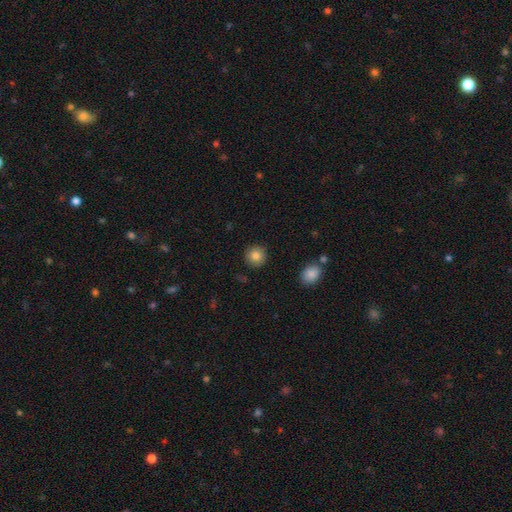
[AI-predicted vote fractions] Q: Smooth or featured?
A: smooth (84%); runner-up: star or artifact (9%)
Q: How rounded?
A: round (93%); runner-up: in between (6%)
Q: Merging?
A: none (90%); runner-up: minor disturbance (6%)